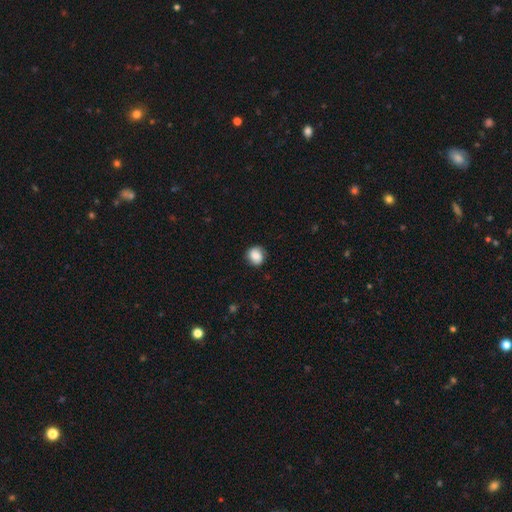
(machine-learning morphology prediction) Smooth or featured? Predicted: smooth (p=0.78). How rounded? Predicted: round (p=0.77). Merging? Predicted: none (p=0.77).